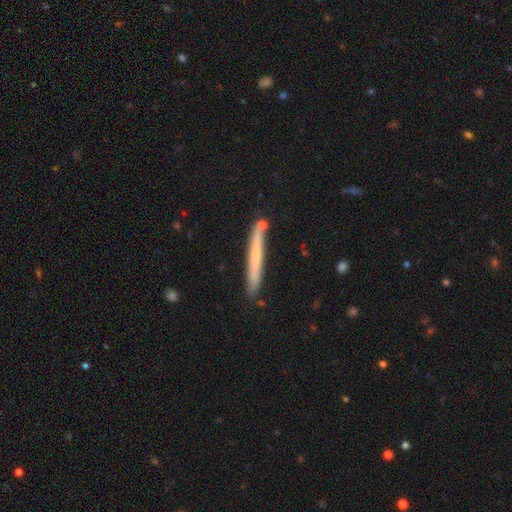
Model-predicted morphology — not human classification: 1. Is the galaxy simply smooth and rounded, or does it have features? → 61% smooth, 33% featured or disk, 6% star or artifact.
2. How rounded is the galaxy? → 97% cigar-shaped, 2% in between, 1% round.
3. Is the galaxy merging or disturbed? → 85% none, 10% minor disturbance, 4% merger, 2% major disturbance.